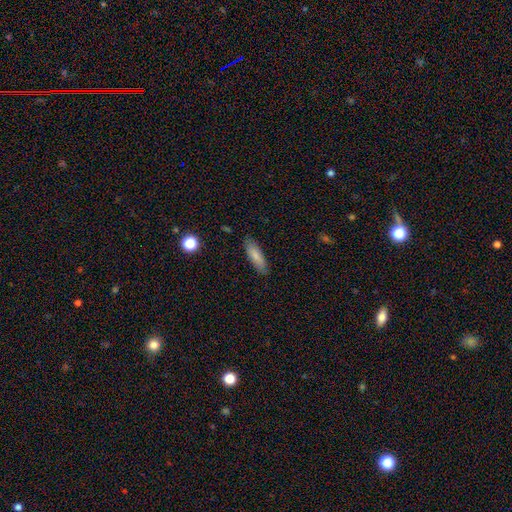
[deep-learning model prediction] smooth_or_featured: smooth (p=0.81) [alt: featured or disk p=0.12]
how_rounded: cigar-shaped (p=0.54) [alt: in between p=0.44]
merging: none (p=0.86) [alt: minor disturbance p=0.11]